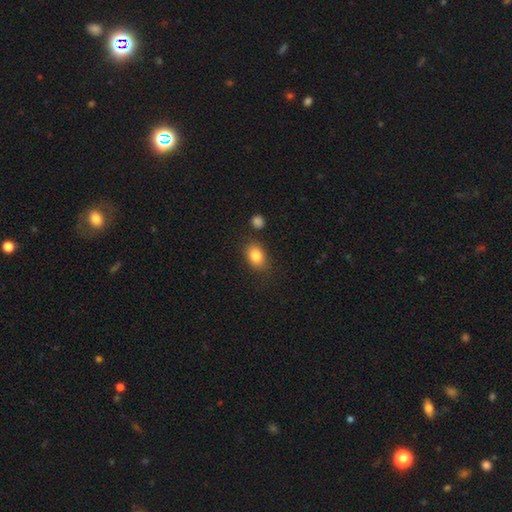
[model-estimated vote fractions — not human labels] Smooth or featured? smooth (84%)
How rounded? in between (77%)
Merging? none (77%)